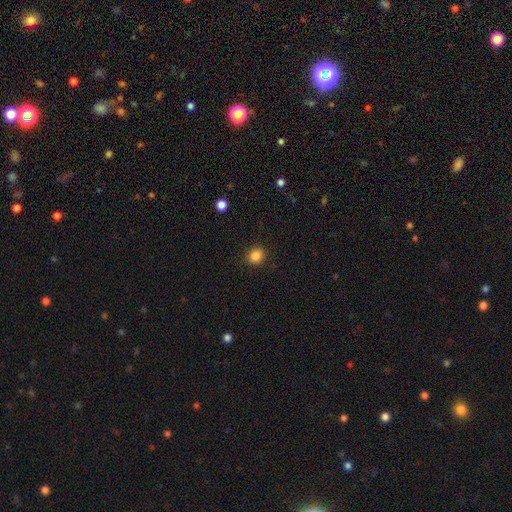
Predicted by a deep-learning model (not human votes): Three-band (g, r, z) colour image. It shows a smooth galaxy with no disk features (86%) that is round (77%). Merging: none (89%).